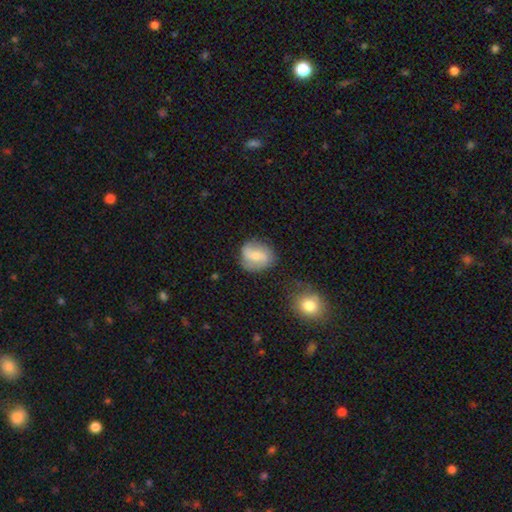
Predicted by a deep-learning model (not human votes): Smooth or featured?
  - featured or disk: 50% *
  - smooth: 42%
  - star or artifact: 8%
Merging?
  - none: 73% *
  - minor disturbance: 18%
  - major disturbance: 6%
  - merger: 3%